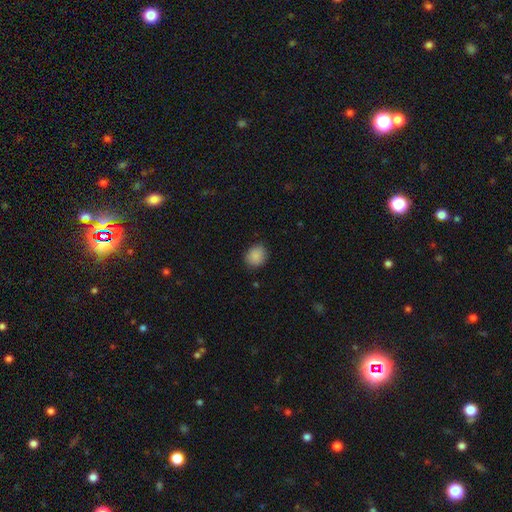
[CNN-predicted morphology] Smooth or featured?
  - smooth: 88% *
  - star or artifact: 8%
  - featured or disk: 4%
How rounded?
  - round: 68% *
  - in between: 31%
  - cigar-shaped: 1%
Merging?
  - none: 81% *
  - minor disturbance: 15%
  - major disturbance: 3%
  - merger: 1%